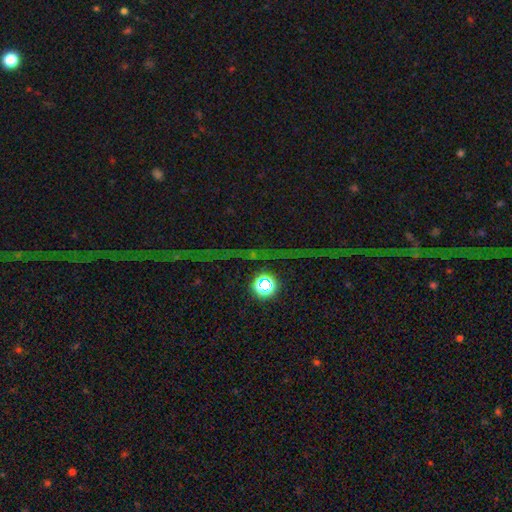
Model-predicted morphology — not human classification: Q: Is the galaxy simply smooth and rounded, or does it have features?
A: star or artifact — 82%.